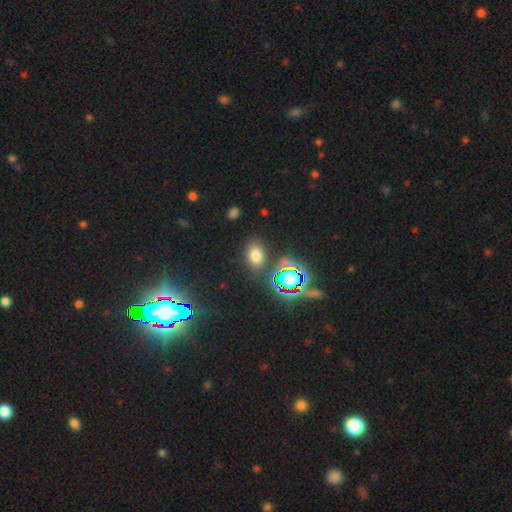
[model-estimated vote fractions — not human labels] smooth_or_featured: smooth (p=0.66) [alt: star or artifact p=0.27]
how_rounded: in between (p=0.81) [alt: round p=0.17]
merging: none (p=0.83) [alt: minor disturbance p=0.10]